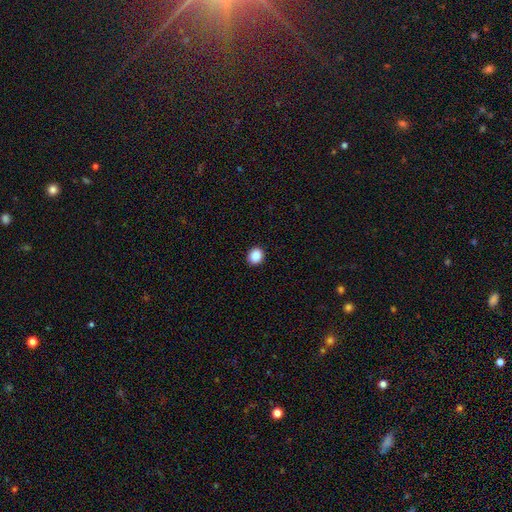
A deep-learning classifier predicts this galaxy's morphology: Smooth or featured?
  - smooth: 89% *
  - star or artifact: 9%
  - featured or disk: 2%
How rounded?
  - round: 78% *
  - in between: 21%
  - cigar-shaped: 1%
Merging?
  - none: 92% *
  - minor disturbance: 5%
  - major disturbance: 2%
  - merger: 1%